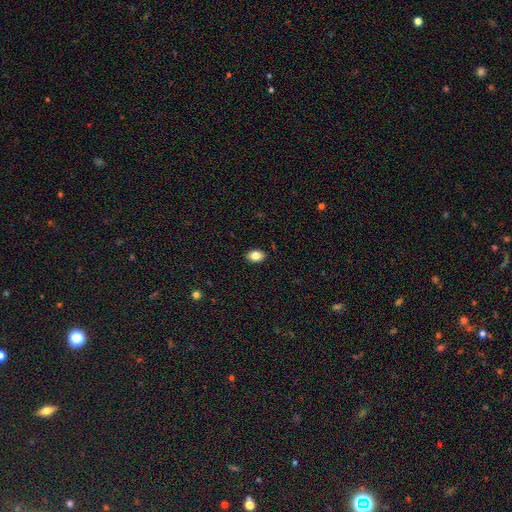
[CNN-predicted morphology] Overall: smooth (84%). How rounded: in between (84%). Merging: none (89%).